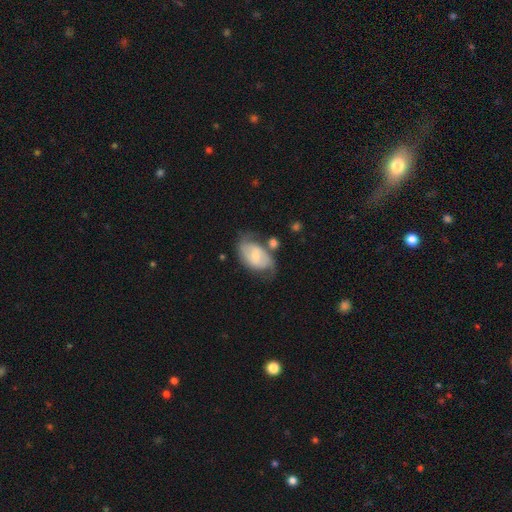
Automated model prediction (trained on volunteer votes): Overall: featured or disk (64%; smooth 30%). Edge-on disk: no (96%). Bar: weak (44%; no 43%). Spiral arms: yes (84%). Spiral arm count: 2 (76%). Spiral winding: medium (45%; tight 30%). Bulge size: small (55%; moderate 36%). Merging: none (52%; minor disturbance 24%).